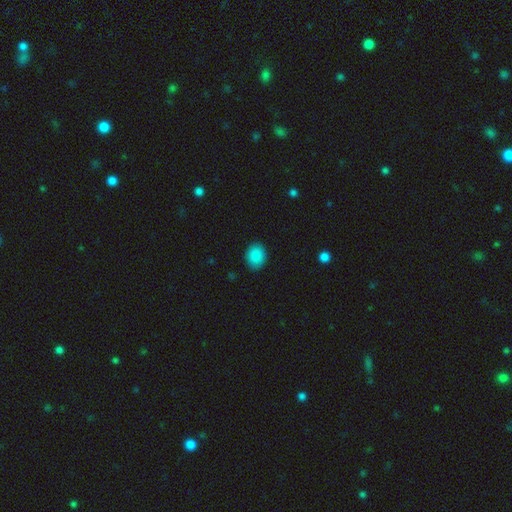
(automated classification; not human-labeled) The model was most divided on "how rounded": in between: 54%, round: 45%, cigar-shaped: 1%. More confident: smooth or featured — smooth (88%); merging — none (87%).